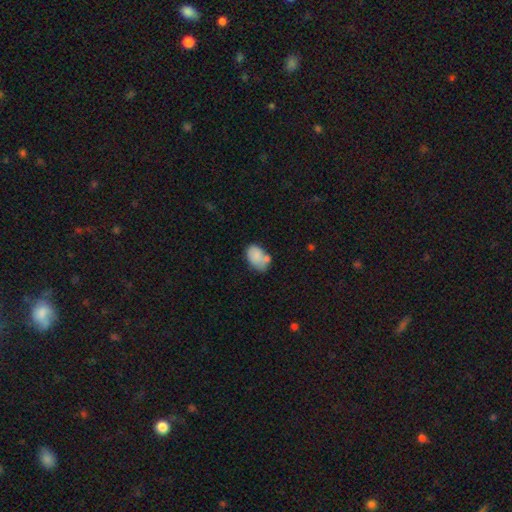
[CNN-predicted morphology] smooth-or-featured: smooth: 80% | featured or disk: 13% | star or artifact: 8%
  how-rounded: in between: 85% | round: 14% | cigar-shaped: 1%
  merging: none: 44% | minor disturbance: 25% | merger: 23% | major disturbance: 9%